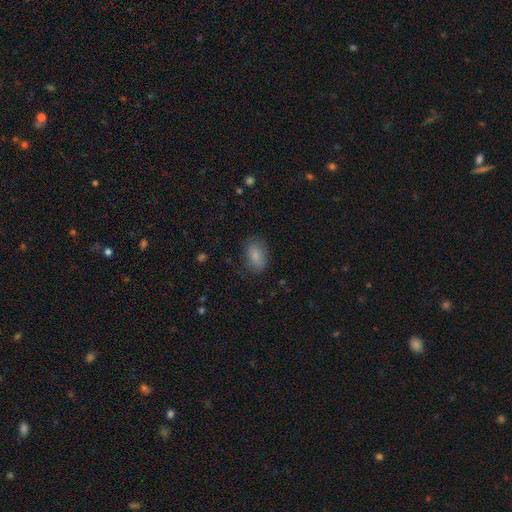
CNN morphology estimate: smooth 83%, featured or disk 9%, star or artifact 8%. Down the decision tree: how rounded — in between (89%); merging — none (80%).